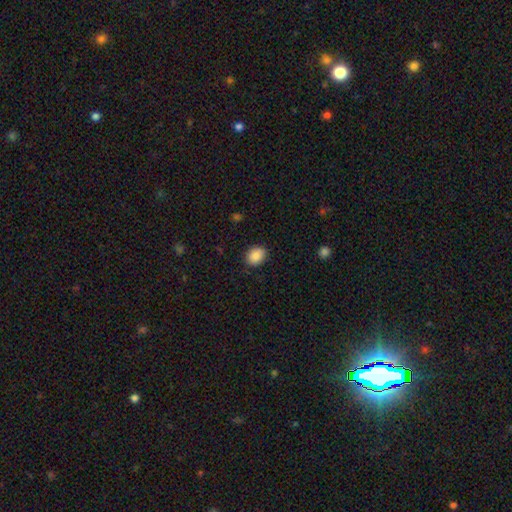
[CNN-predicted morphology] smooth 87%, star or artifact 8%, featured or disk 5%. Down the decision tree: how rounded — in between (52%); merging — none (88%).